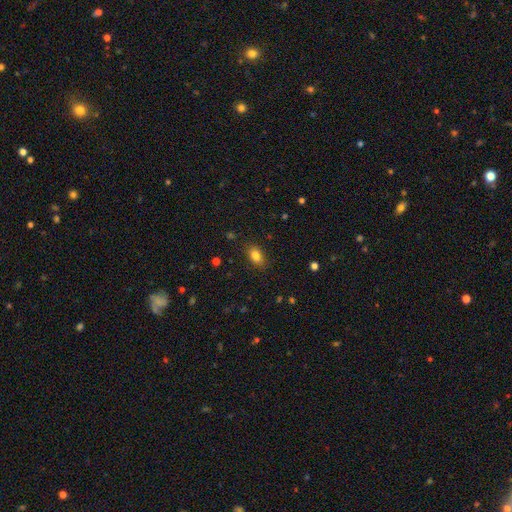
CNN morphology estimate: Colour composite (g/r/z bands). It shows a smooth galaxy with no disk features (83%) that is in between round and cigar-shaped (84%). Merging: none (86%).